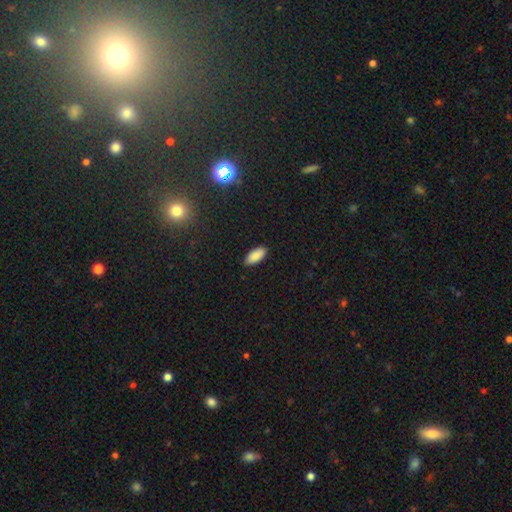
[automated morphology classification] Smooth or featured?
  - smooth: 88% *
  - star or artifact: 7%
  - featured or disk: 5%
How rounded?
  - in between: 87% *
  - cigar-shaped: 12%
  - round: 2%
Merging?
  - none: 88% *
  - minor disturbance: 9%
  - major disturbance: 2%
  - merger: 1%